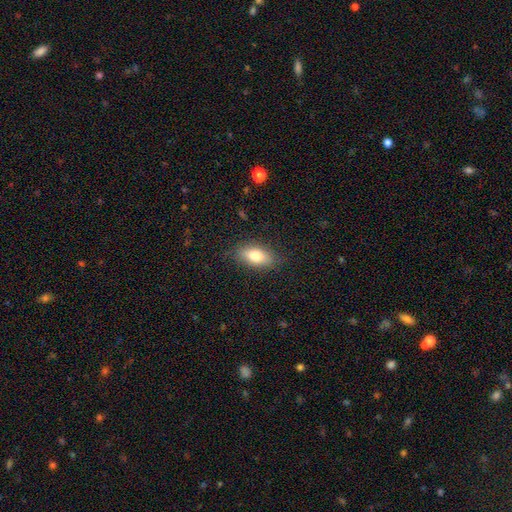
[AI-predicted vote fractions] smooth_or_featured: smooth (p=0.77) [alt: featured or disk p=0.15]
how_rounded: in between (p=0.86) [alt: cigar-shaped p=0.08]
merging: none (p=0.84) [alt: minor disturbance p=0.12]